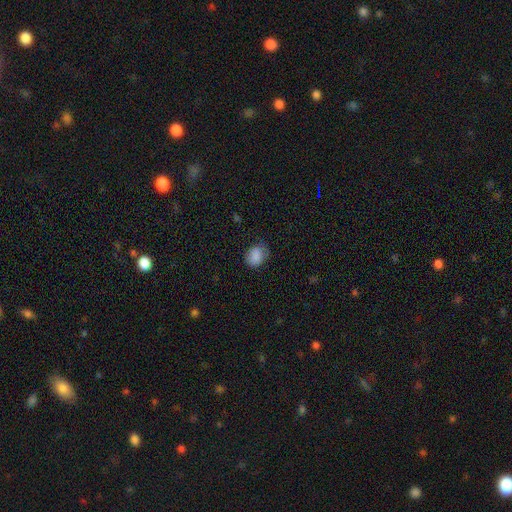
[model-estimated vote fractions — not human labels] This is clearly a smooth galaxy (85%). How rounded: possibly in between (55%). Merging: likely none (64%).